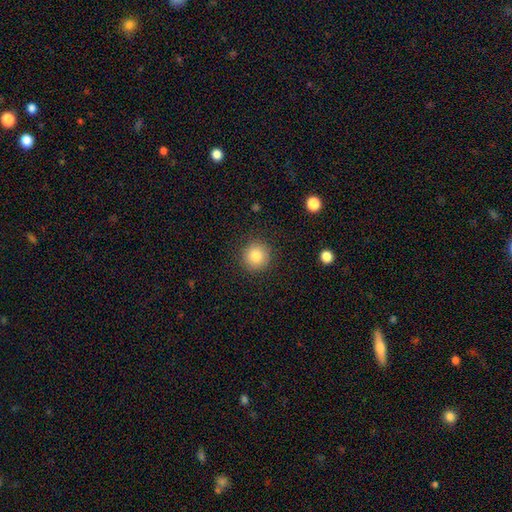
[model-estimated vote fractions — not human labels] Smooth or featured: smooth — 82% (star or artifact — 10%)
How rounded: round — 94% (in between — 5%)
Merging: none — 89% (minor disturbance — 7%)